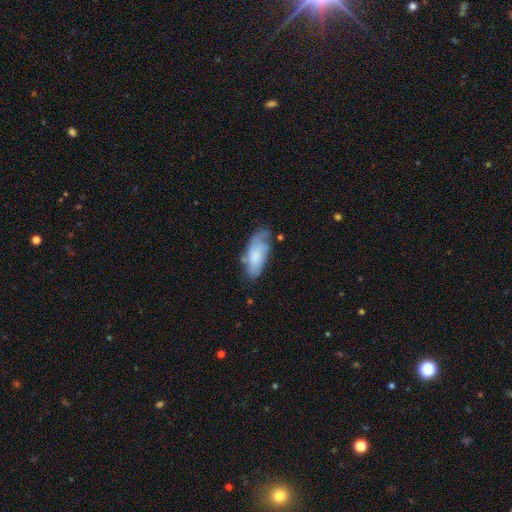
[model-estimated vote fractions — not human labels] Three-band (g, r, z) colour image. It shows a smooth galaxy with no disk features (60%) that is in between round and cigar-shaped (84%). Merging: none (51%).